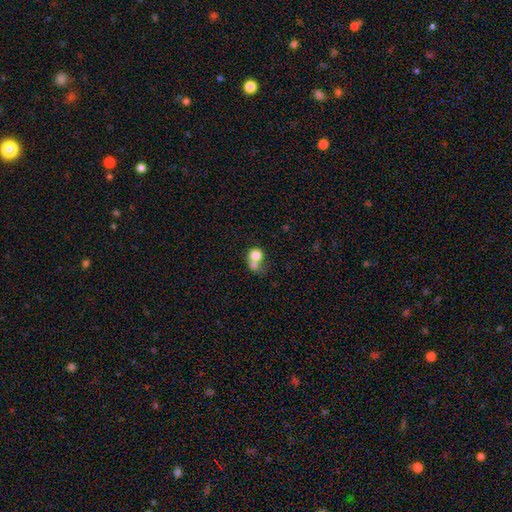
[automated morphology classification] The model was most divided on "merging": merger: 59%, none: 28%, minor disturbance: 8%, major disturbance: 6%. More confident: how rounded — round (76%); smooth or featured — smooth (76%).